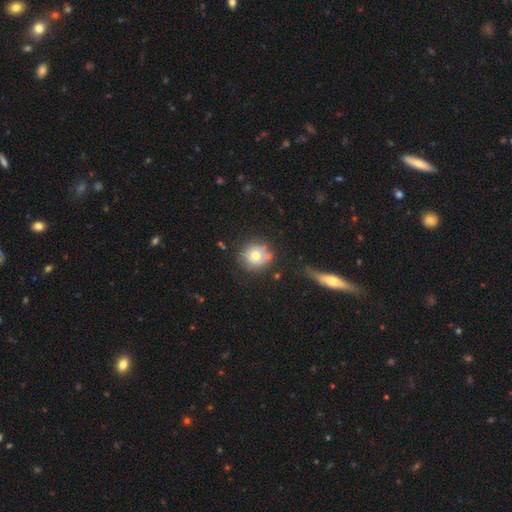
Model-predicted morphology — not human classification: type=smooth (68%); roundness=round (90%); merging=none (67%).